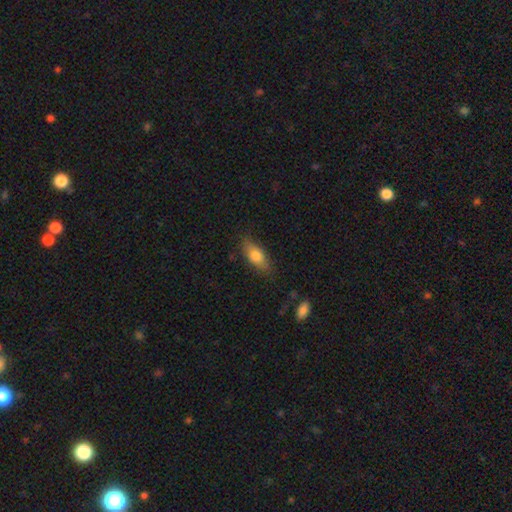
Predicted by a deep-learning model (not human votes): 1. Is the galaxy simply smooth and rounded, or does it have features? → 71% smooth, 21% featured or disk, 7% star or artifact.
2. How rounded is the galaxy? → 72% in between, 23% cigar-shaped, 5% round.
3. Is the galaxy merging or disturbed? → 80% none, 16% minor disturbance, 3% major disturbance, 1% merger.